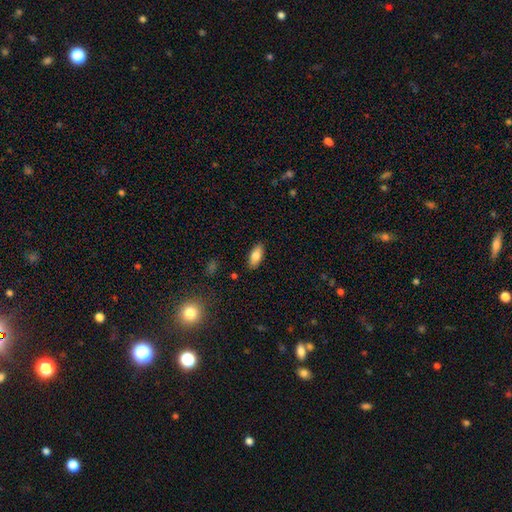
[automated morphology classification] smooth 80%, featured or disk 13%, star or artifact 7%. Down the decision tree: how rounded — in between (87%); merging — none (87%).